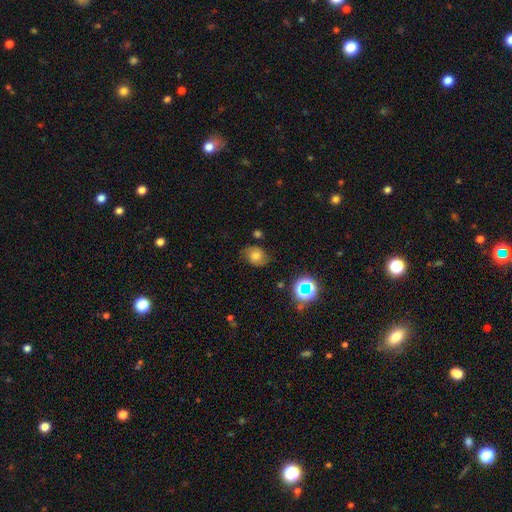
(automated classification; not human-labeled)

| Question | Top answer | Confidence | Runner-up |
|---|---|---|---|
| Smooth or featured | smooth | 54% | featured or disk (29%) |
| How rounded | in between | 52% | round (47%) |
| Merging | none | 71% | minor disturbance (21%) |